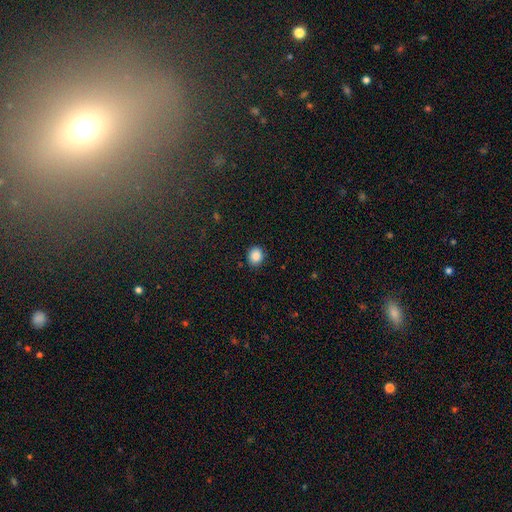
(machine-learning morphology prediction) This is clearly a smooth galaxy (87%). How rounded: likely round (73%). Merging: clearly none (89%).